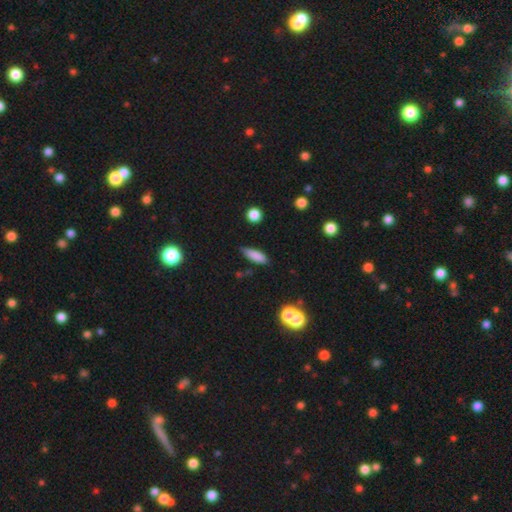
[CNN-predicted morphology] Smooth or featured? smooth (82%)
How rounded? in between (53%)
Merging? none (75%)